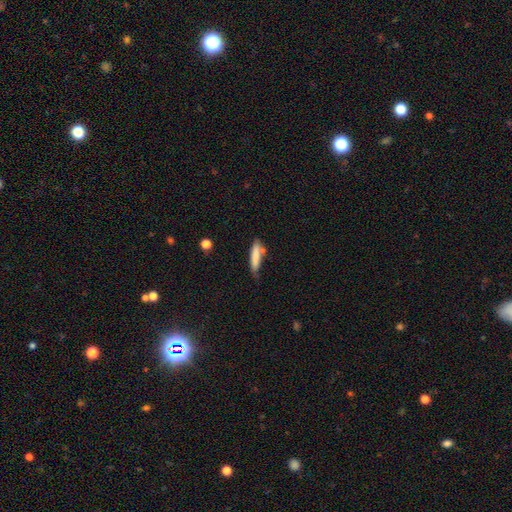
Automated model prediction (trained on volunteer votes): Smooth or featured? Predicted: smooth (p=0.79). How rounded? Predicted: cigar-shaped (p=0.79). Merging? Predicted: none (p=0.53).